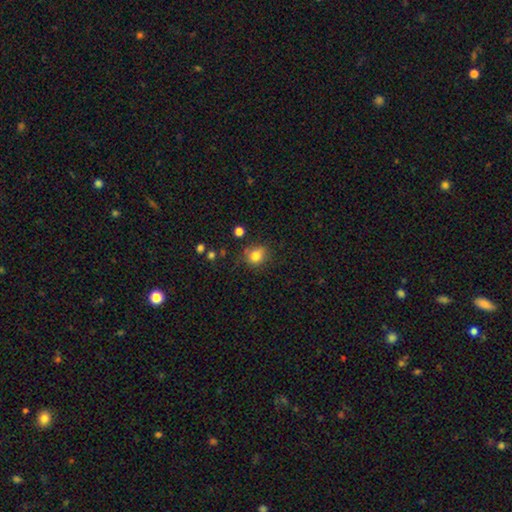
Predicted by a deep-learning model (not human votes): smooth_or_featured: smooth (p=0.81) [alt: star or artifact p=0.12]
how_rounded: round (p=0.72) [alt: in between p=0.27]
merging: none (p=0.73) [alt: minor disturbance p=0.19]